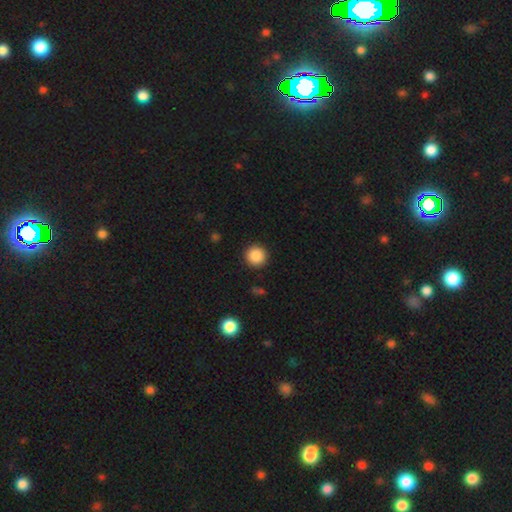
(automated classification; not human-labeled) The model was most divided on "smooth or featured": smooth: 88%, star or artifact: 9%, featured or disk: 3%. More confident: how rounded — round (95%); merging — none (92%).